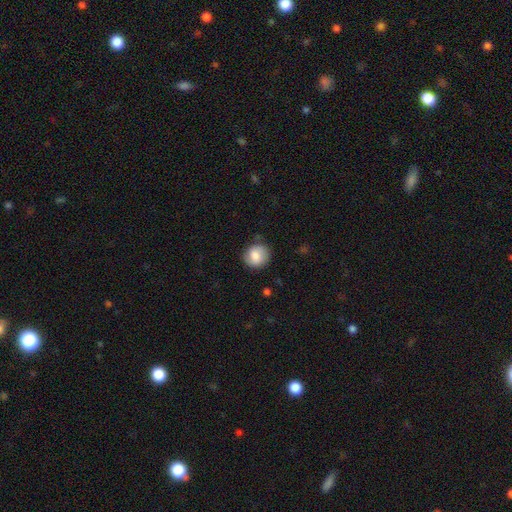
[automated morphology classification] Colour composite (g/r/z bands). It shows a smooth galaxy with no disk features (75%) that is round (85%). Merging: none (79%).